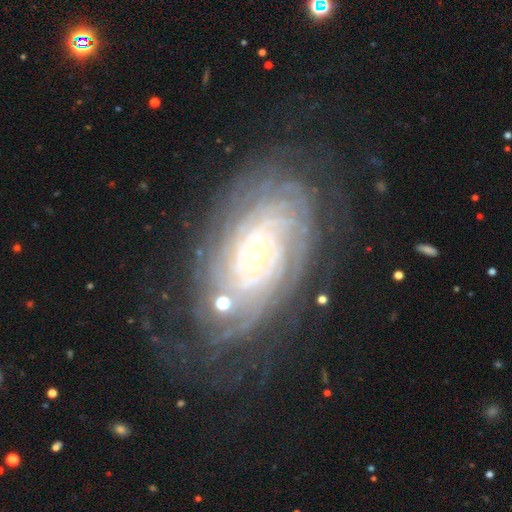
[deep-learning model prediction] smooth-or-featured: featured or disk: 86% | smooth: 7% | star or artifact: 7%
  disk-edge-on: no: 95% | yes: 5%
    bar: no: 78% | weak: 15% | strong: 6%
    has-spiral-arms: yes: 96% | no: 4%
      spiral-winding: tight: 84% | medium: 13% | loose: 3%
      spiral-arm-count: can't tell: 33% | more than 4: 26% | 4: 16% | 3: 10% | 2: 9% | 1: 6%
    bulge-size: small: 80% | moderate: 15% | large: 2% | none: 2% | dominant: 1%
  merging: none: 69% | minor disturbance: 18% | major disturbance: 10% | merger: 3%